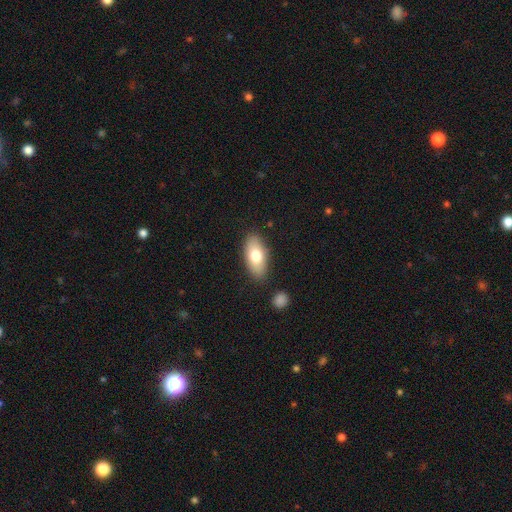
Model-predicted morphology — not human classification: smooth-or-featured: smooth: 73% | featured or disk: 20% | star or artifact: 7%
  how-rounded: in between: 89% | cigar-shaped: 7% | round: 4%
  merging: none: 84% | minor disturbance: 11% | major disturbance: 3% | merger: 3%